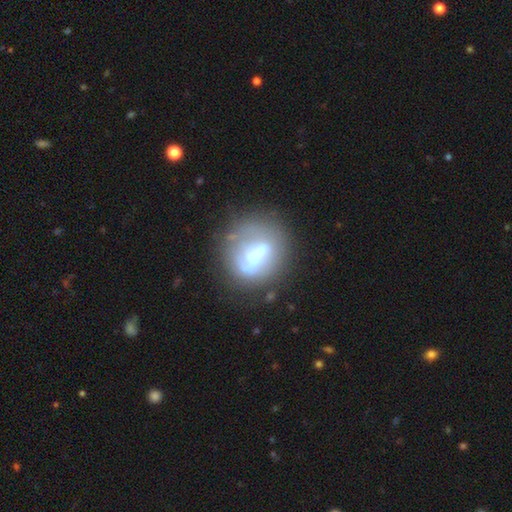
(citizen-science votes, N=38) Volunteers were most divided on "smooth or featured": smooth: 53%, featured or disk: 42%, star or artifact: 5%. Remaining: how rounded — round (55%); merging — none (47%).